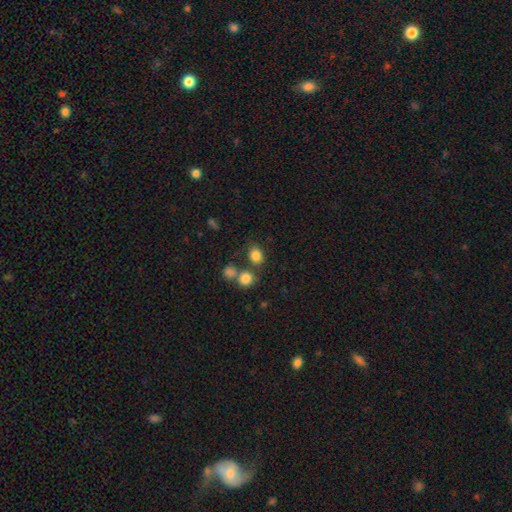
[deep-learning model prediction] This is clearly a smooth galaxy (83%). How rounded: possibly round (52%). Merging: likely none (65%).